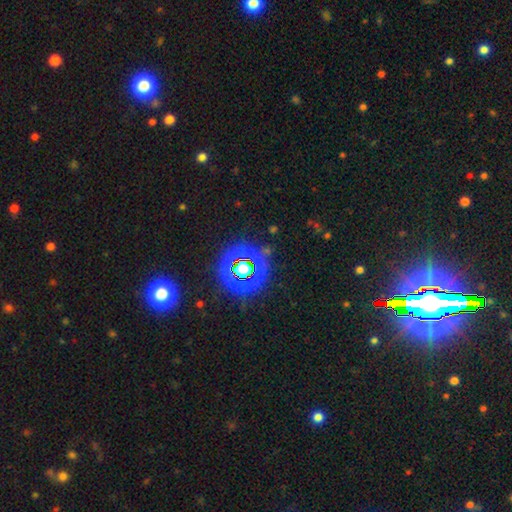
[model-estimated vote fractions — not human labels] Smooth or featured? star or artifact (69%)